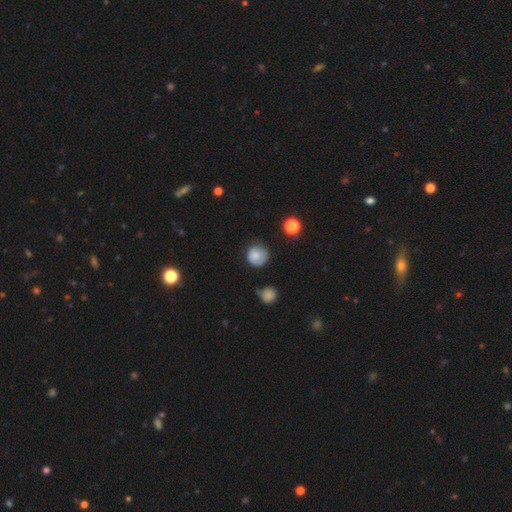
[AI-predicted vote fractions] Smooth or featured? smooth (78%)
How rounded? round (92%)
Merging? none (69%)